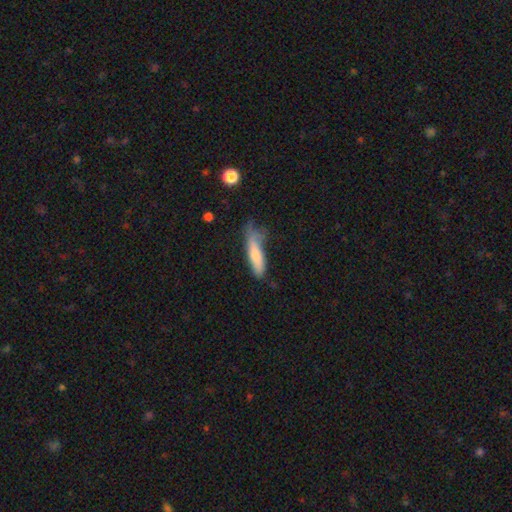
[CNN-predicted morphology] Overall: smooth (74%). How rounded: cigar-shaped (69%; in between 30%). Merging: none (42%; minor disturbance 35%).